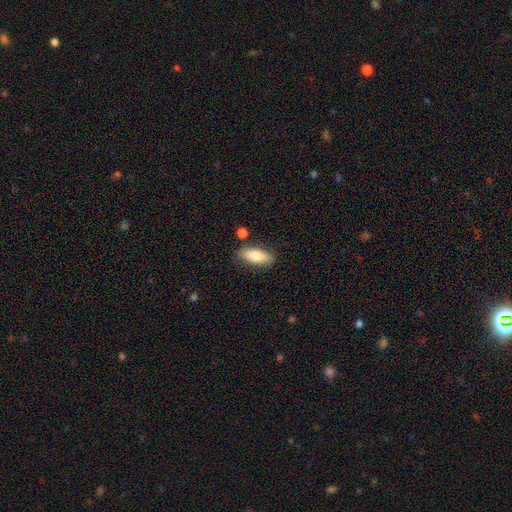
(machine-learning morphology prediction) A smooth galaxy with no disk features (78%) that is in between round and cigar-shaped (76%). Merging: none (80%).